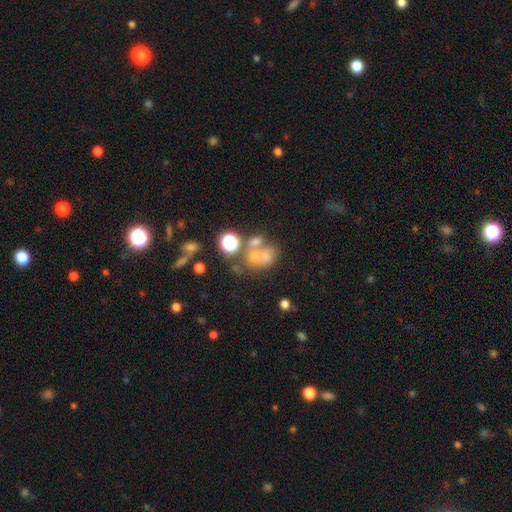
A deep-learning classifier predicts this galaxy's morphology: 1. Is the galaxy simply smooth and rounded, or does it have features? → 48% smooth, 26% star or artifact, 26% featured or disk.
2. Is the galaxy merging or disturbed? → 42% merger, 35% none, 12% minor disturbance, 11% major disturbance.